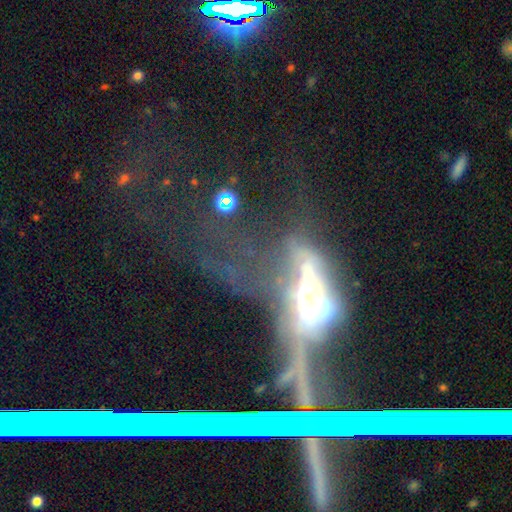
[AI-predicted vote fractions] A featured or disk galaxy (48%). Merging: major disturbance (41%).